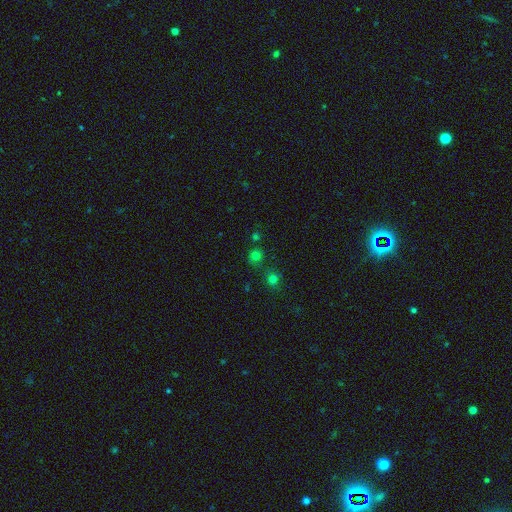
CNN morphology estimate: This is likely a smooth galaxy (67%). How rounded: clearly round (90%). Merging: likely none (75%).